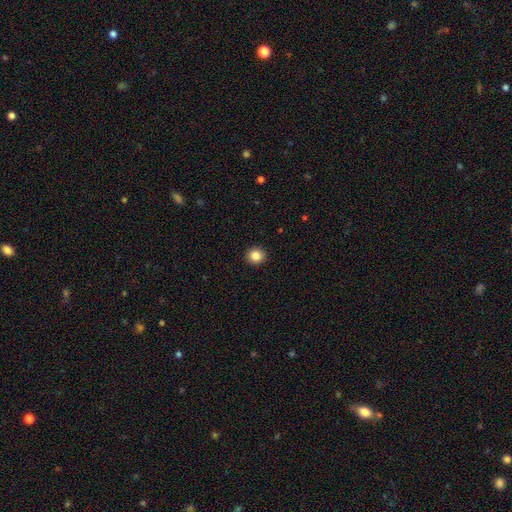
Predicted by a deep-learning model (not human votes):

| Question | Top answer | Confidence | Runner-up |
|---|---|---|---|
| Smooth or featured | smooth | 85% | star or artifact (10%) |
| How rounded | round | 88% | in between (11%) |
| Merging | none | 93% | minor disturbance (5%) |